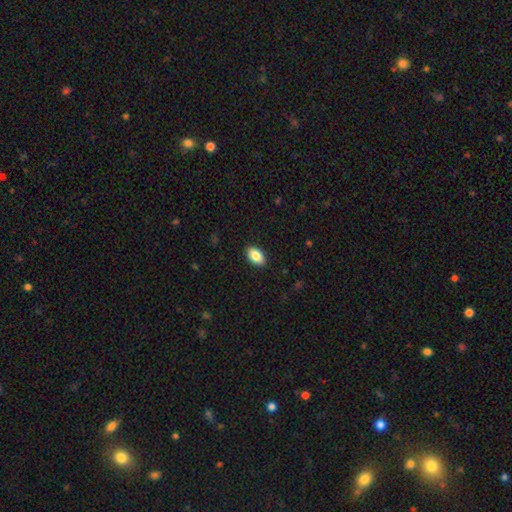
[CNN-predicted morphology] Smooth or featured?
  - smooth: 86% *
  - star or artifact: 7%
  - featured or disk: 7%
How rounded?
  - in between: 93% *
  - round: 5%
  - cigar-shaped: 2%
Merging?
  - none: 90% *
  - minor disturbance: 7%
  - major disturbance: 2%
  - merger: 1%